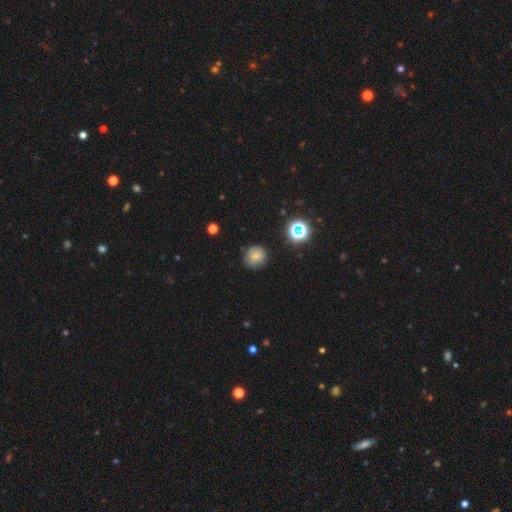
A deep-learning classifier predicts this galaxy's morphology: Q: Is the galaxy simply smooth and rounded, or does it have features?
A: smooth — 71%.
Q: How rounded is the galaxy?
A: round — 89%.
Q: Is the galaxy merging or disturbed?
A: none — 79%.